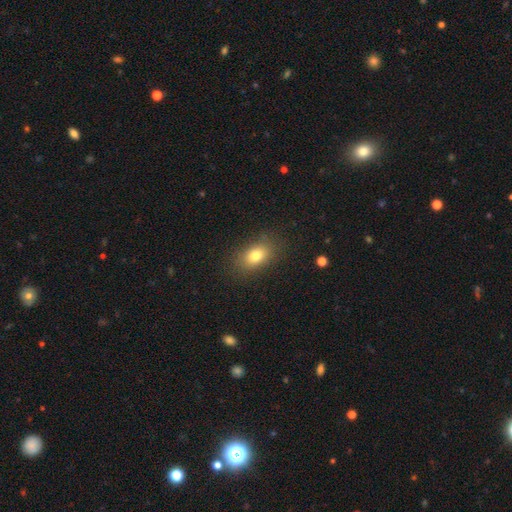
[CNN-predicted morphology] smooth 79%, star or artifact 11%, featured or disk 11%. Down the decision tree: how rounded — in between (80%); merging — none (84%).